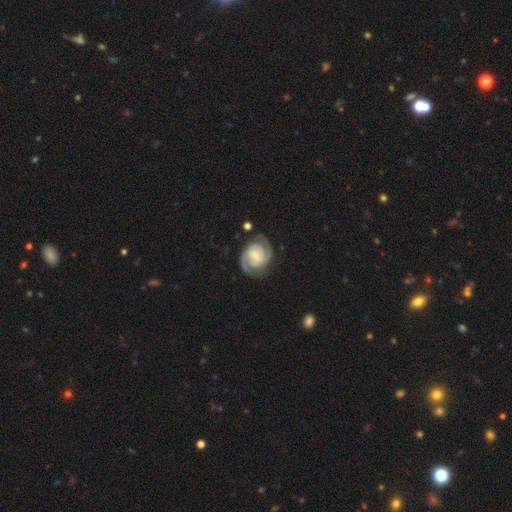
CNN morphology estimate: This is clearly a featured or disk galaxy (86%). It is clearly not viewed edge-on (98%). Bar: possibly no (47%). Spiral arm pattern: clearly yes (97%). Spiral arm count: clearly 2 (84%). Spiral winding: possibly tight (52%). Central bulge: marginally small (44%). Merging: likely none (77%).